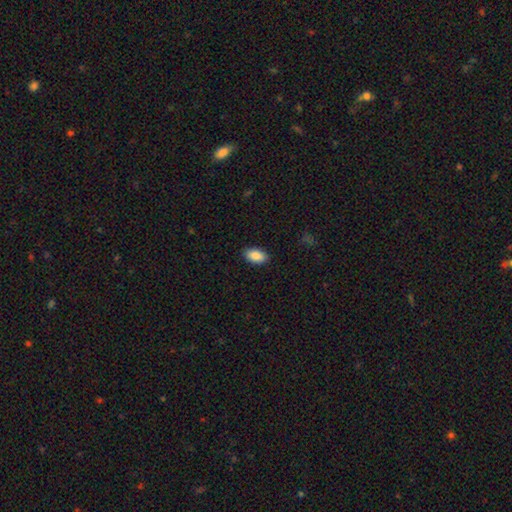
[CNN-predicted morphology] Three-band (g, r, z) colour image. It shows a smooth galaxy with no disk features (89%) that is in between round and cigar-shaped (94%). Merging: none (88%).